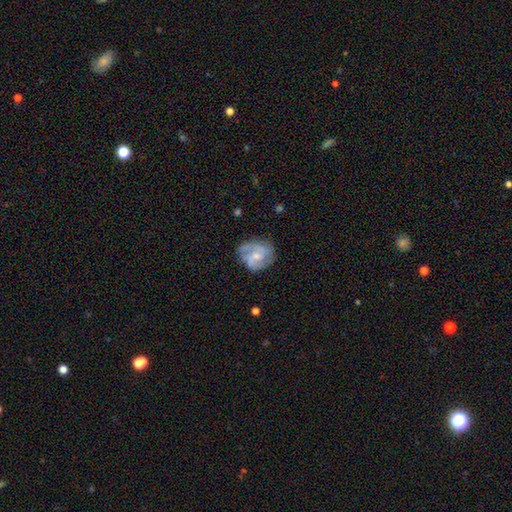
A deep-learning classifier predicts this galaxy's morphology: smooth-or-featured: featured or disk: 73% | smooth: 21% | star or artifact: 6%
  disk-edge-on: no: 98% | yes: 2%
    bar: no: 54% | weak: 39% | strong: 7%
    has-spiral-arms: yes: 91% | no: 9%
      spiral-winding: medium: 50% | tight: 29% | loose: 21%
      spiral-arm-count: 2: 57% | 3: 20% | can't tell: 13% | 1: 4% | 4: 3% | more than 4: 2%
    bulge-size: small: 52% | moderate: 40% | none: 6% | large: 2% | dominant: 1%
  merging: none: 65% | minor disturbance: 23% | major disturbance: 10% | merger: 2%